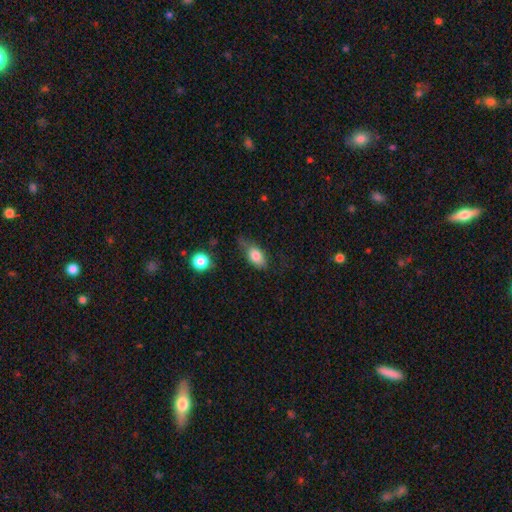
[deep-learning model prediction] Overall: smooth (79%). How rounded: in between (84%). Merging: none (53%; minor disturbance 32%).